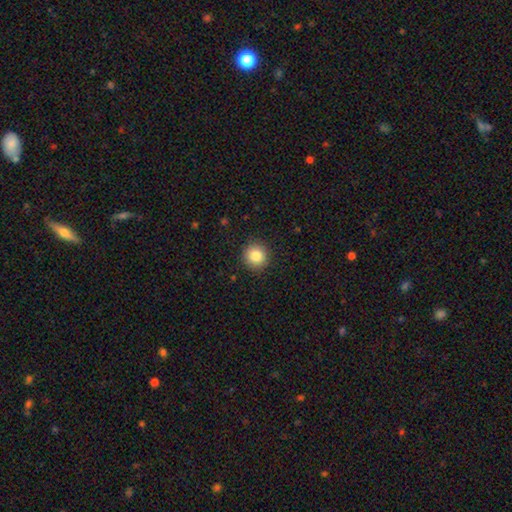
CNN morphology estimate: A smooth galaxy with no disk features (84%) that is round (92%).

Vote fractions:
- Smooth or featured? smooth: 84% / star or artifact: 10% / featured or disk: 6%
- How rounded? round: 92% / in between: 7% / cigar-shaped: 1%
- Merging? none: 91% / minor disturbance: 6% / major disturbance: 2% / merger: 1%